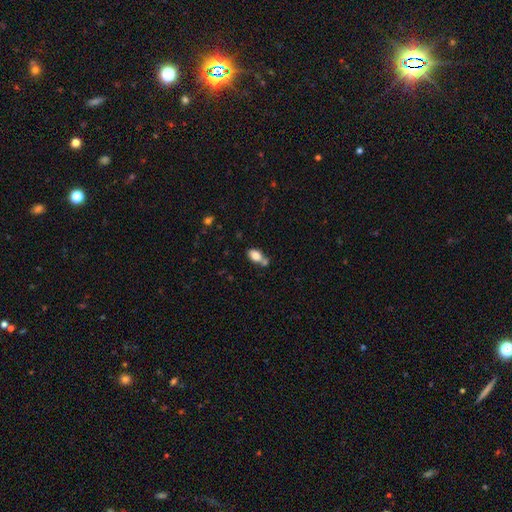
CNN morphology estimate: This is clearly a smooth galaxy (82%). How rounded: clearly in between (86%). Merging: possibly none (47%).